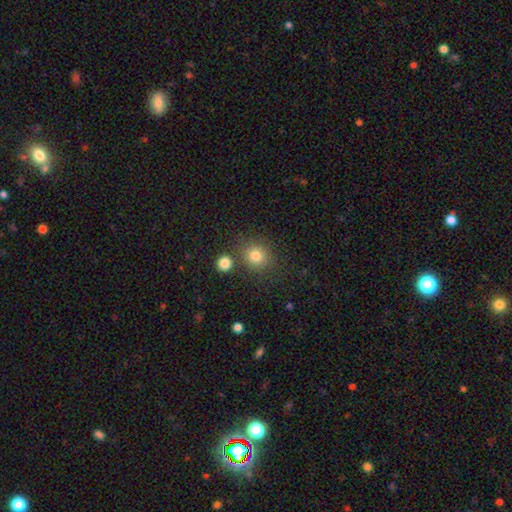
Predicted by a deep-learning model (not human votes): This appears to be a smooth galaxy with no disk features (80%) that is round (83%). Merging: none (76%).